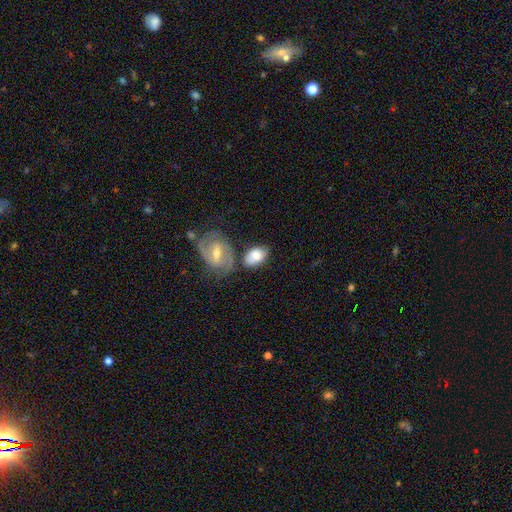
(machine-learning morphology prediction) This is likely a smooth galaxy (64%). How rounded: clearly in between (86%). Merging: possibly none (48%).